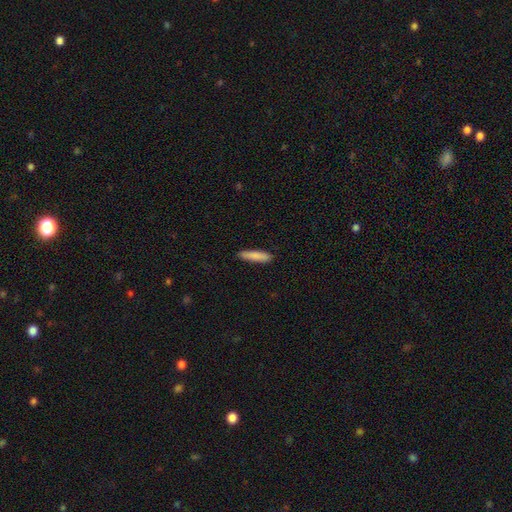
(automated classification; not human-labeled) Smooth or featured? Predicted: smooth (p=0.86). How rounded? Predicted: cigar-shaped (p=0.79). Merging? Predicted: none (p=0.90).